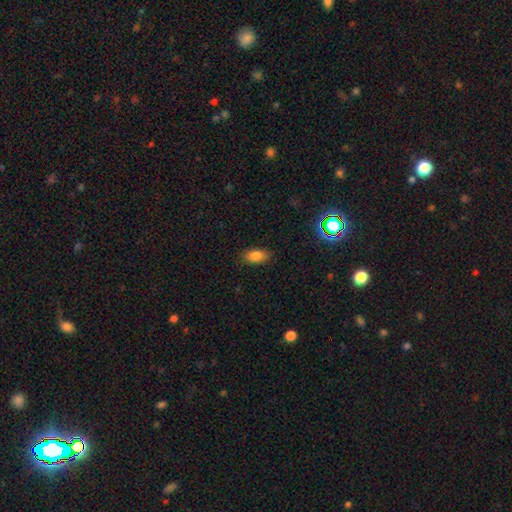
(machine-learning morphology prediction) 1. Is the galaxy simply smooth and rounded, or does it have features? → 82% smooth, 10% star or artifact, 8% featured or disk.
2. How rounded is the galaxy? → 88% in between, 6% cigar-shaped, 5% round.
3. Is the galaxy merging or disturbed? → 87% none, 10% minor disturbance, 2% major disturbance, 1% merger.